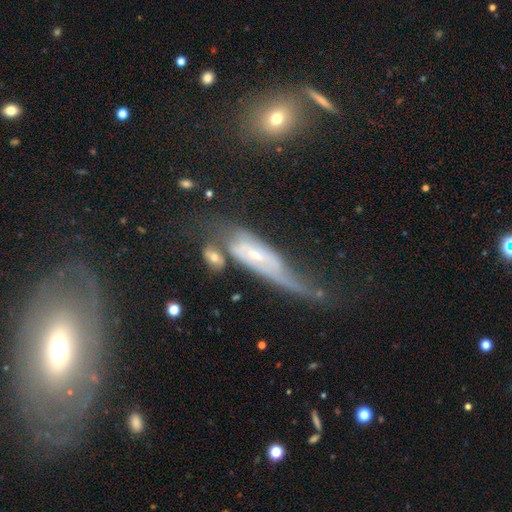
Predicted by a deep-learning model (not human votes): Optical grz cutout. It shows a featured or disk galaxy (68%) with no bar (56%), spiral arms (73%) and a small central bulge (67%). Merging: major disturbance (41%).